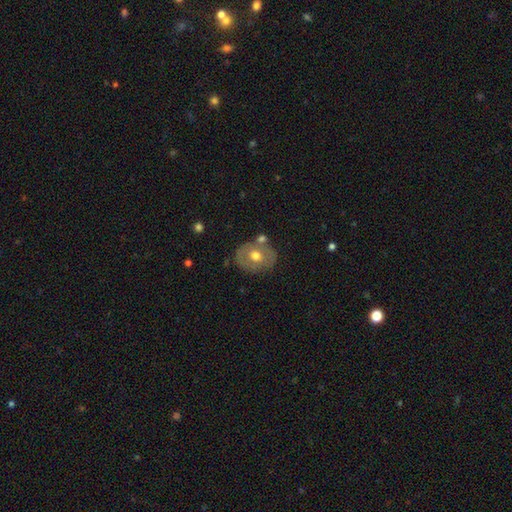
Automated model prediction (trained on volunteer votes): This appears to be a smooth galaxy with no disk features (47%). Merging: none (70%).